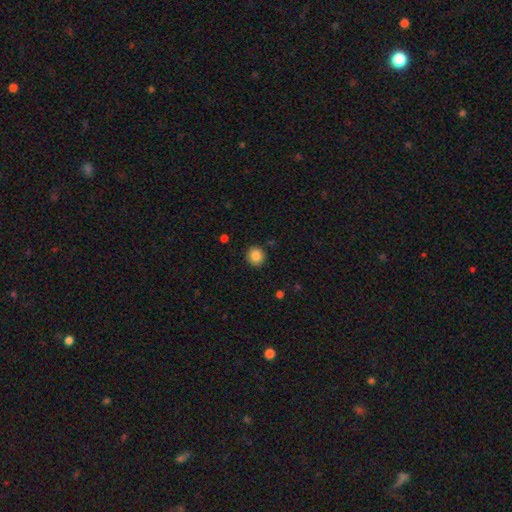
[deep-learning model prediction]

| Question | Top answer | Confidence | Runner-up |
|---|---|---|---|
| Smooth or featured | smooth | 86% | star or artifact (9%) |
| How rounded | round | 92% | in between (8%) |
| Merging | none | 91% | minor disturbance (6%) |